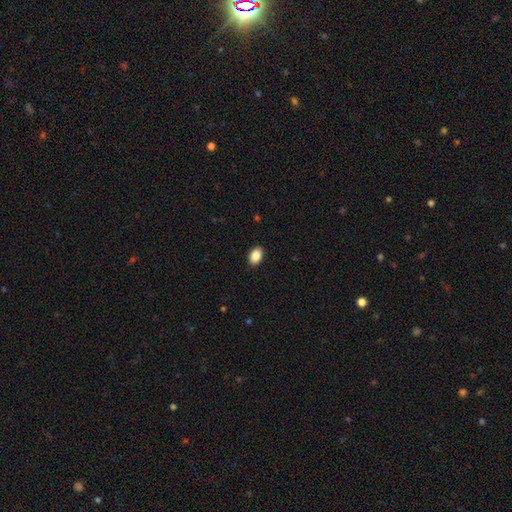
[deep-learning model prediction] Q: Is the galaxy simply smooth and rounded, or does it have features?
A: smooth — 89%.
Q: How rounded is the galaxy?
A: in between — 88%.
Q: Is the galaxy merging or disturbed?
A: none — 89%.